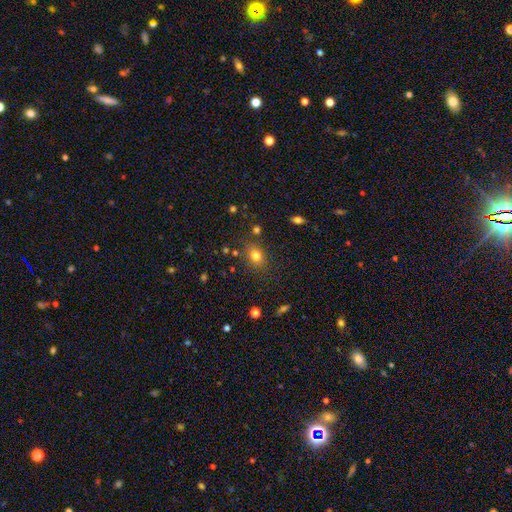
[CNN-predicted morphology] The model was most divided on "how rounded": round: 54%, in between: 45%, cigar-shaped: 1%. More confident: merging — none (78%); smooth or featured — smooth (77%).